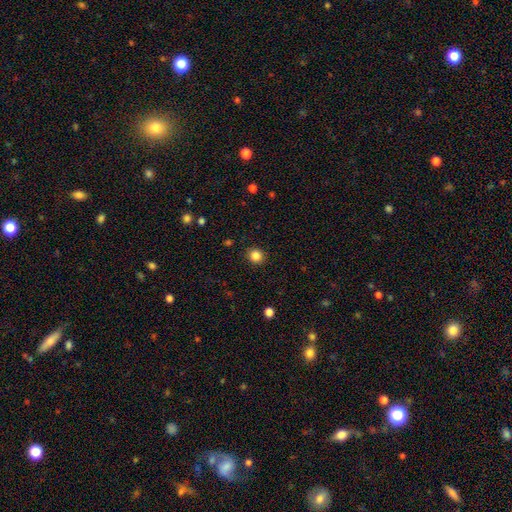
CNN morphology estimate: smooth 85%, star or artifact 11%, featured or disk 4%. Down the decision tree: how rounded — round (89%); merging — none (91%).